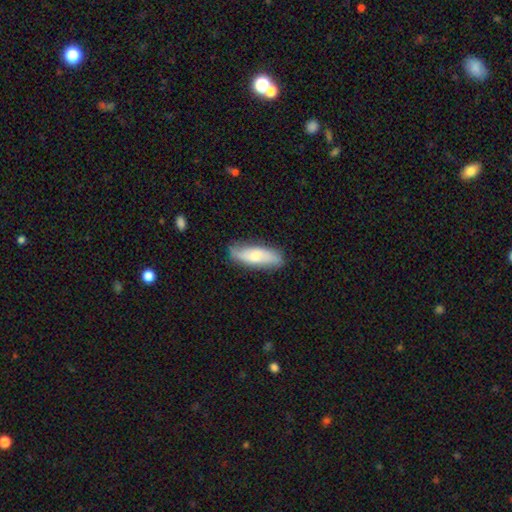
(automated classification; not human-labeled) Smooth or featured? Predicted: smooth (p=0.63). How rounded? Predicted: in between (p=0.49). Merging? Predicted: none (p=0.76).